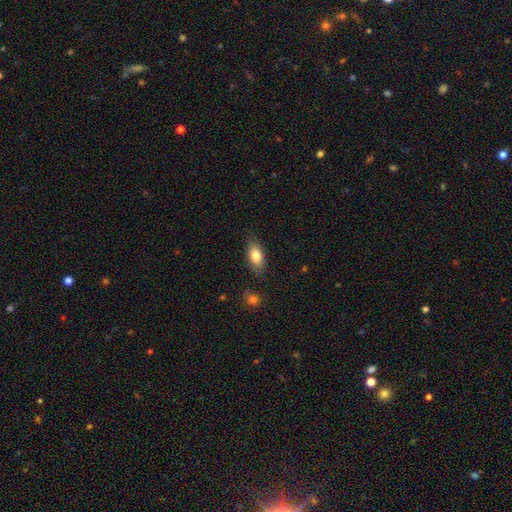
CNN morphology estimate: Smooth or featured: smooth — 81% (featured or disk — 12%)
How rounded: in between — 87% (cigar-shaped — 9%)
Merging: none — 83% (minor disturbance — 12%)